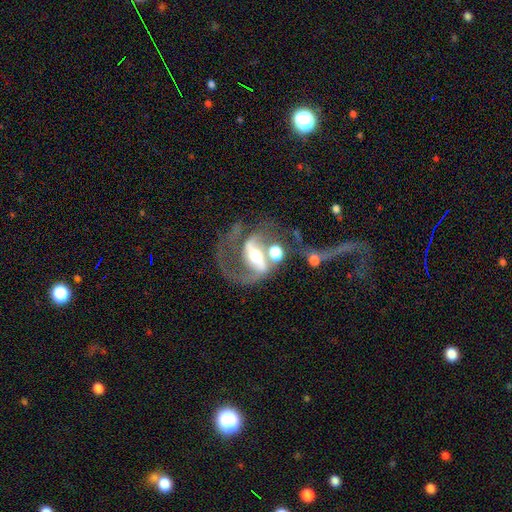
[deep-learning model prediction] Smooth or featured?
  - featured or disk: 84% *
  - smooth: 8%
  - star or artifact: 8%
Edge-on disk?
  - no: 96% *
  - yes: 4%
Bar?
  - strong: 60% *
  - weak: 25%
  - no: 15%
Spiral arms?
  - yes: 92% *
  - no: 8%
Spiral winding?
  - loose: 45% *
  - medium: 44%
  - tight: 11%
Spiral arm count?
  - 2: 80% *
  - 1: 13%
  - can't tell: 4%
  - 3: 2%
  - 4: 1%
  - more than 4: 1%
Bulge size?
  - moderate: 62% *
  - small: 23%
  - large: 11%
  - none: 2%
  - dominant: 2%
Merging?
  - none: 34% *
  - merger: 28%
  - major disturbance: 26%
  - minor disturbance: 12%